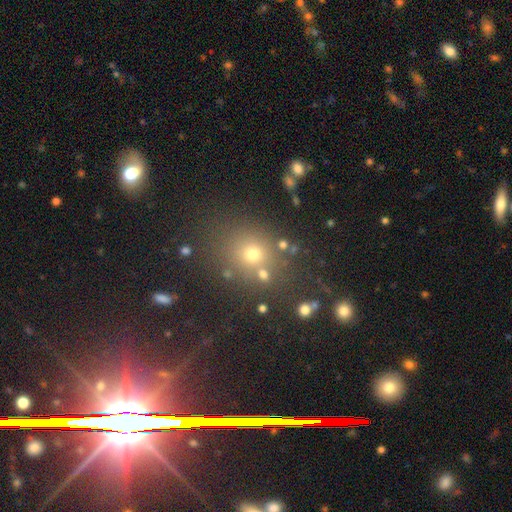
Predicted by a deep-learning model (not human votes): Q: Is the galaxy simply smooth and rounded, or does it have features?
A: smooth — 66%.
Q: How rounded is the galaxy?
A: round — 78%.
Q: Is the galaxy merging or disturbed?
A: none — 73%.